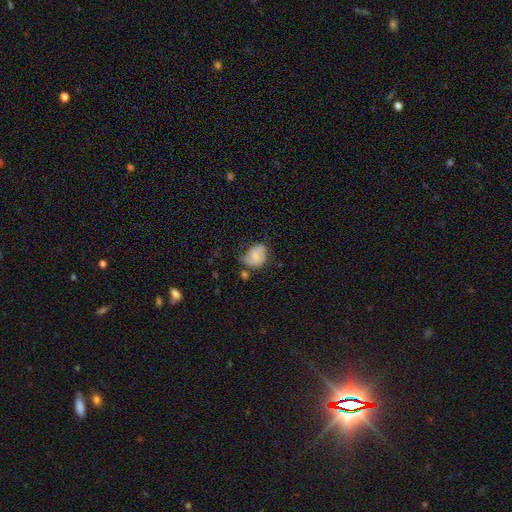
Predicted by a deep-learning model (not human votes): A smooth galaxy with no disk features (61%) that is in between round and cigar-shaped (57%).

Vote fractions:
- Smooth or featured? smooth: 61% / featured or disk: 30% / star or artifact: 9%
- How rounded? in between: 57% / round: 42% / cigar-shaped: 1%
- Merging? none: 39% / minor disturbance: 36% / major disturbance: 19% / merger: 6%